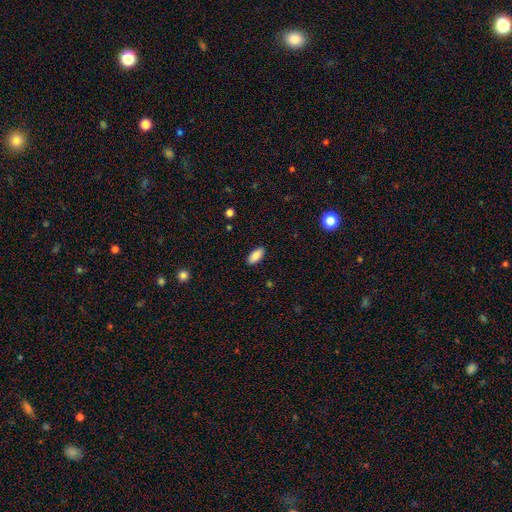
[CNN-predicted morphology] Smooth or featured?
  - smooth: 88% *
  - star or artifact: 7%
  - featured or disk: 5%
How rounded?
  - in between: 87% *
  - cigar-shaped: 11%
  - round: 2%
Merging?
  - none: 89% *
  - minor disturbance: 8%
  - major disturbance: 2%
  - merger: 1%